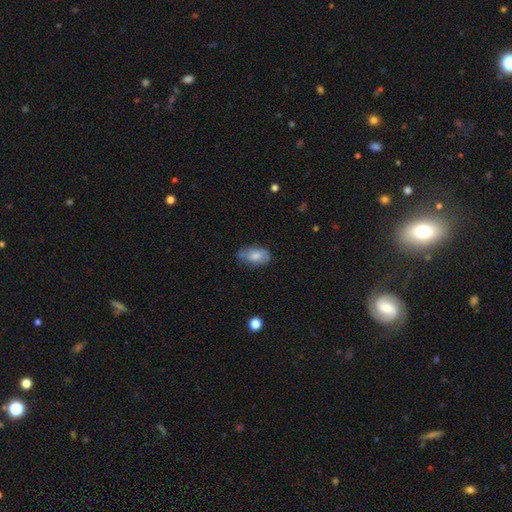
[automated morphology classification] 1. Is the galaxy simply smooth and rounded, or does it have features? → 77% smooth, 16% featured or disk, 7% star or artifact.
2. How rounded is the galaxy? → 92% in between, 6% round, 3% cigar-shaped.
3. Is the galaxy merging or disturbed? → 59% none, 30% minor disturbance, 8% major disturbance, 3% merger.